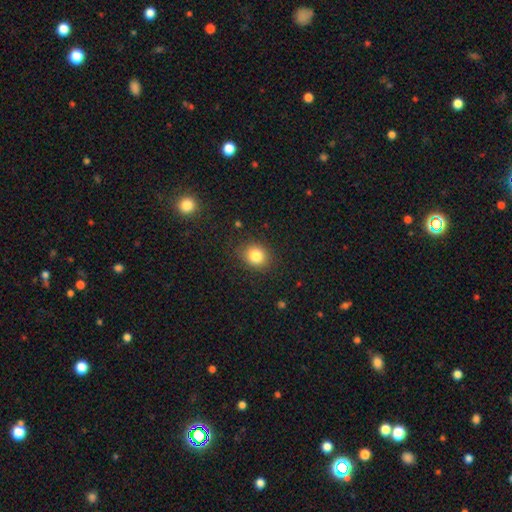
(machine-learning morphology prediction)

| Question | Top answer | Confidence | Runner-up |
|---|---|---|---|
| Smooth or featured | smooth | 83% | star or artifact (11%) |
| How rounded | round | 69% | in between (31%) |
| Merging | none | 86% | minor disturbance (10%) |